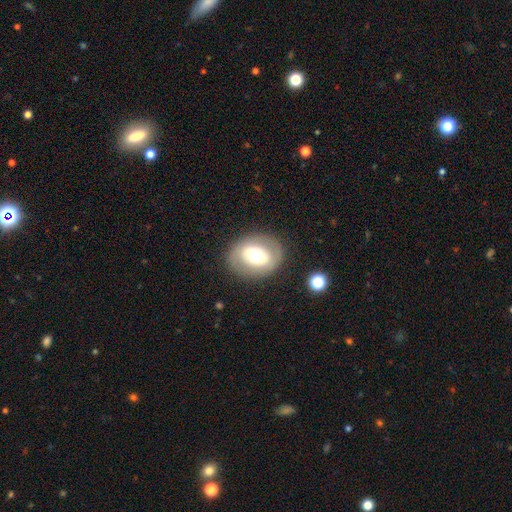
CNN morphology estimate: The model was most divided on "smooth or featured" (2-way tie): featured or disk: 46%, smooth: 46%, star or artifact: 8%. More confident: merging — none (82%).